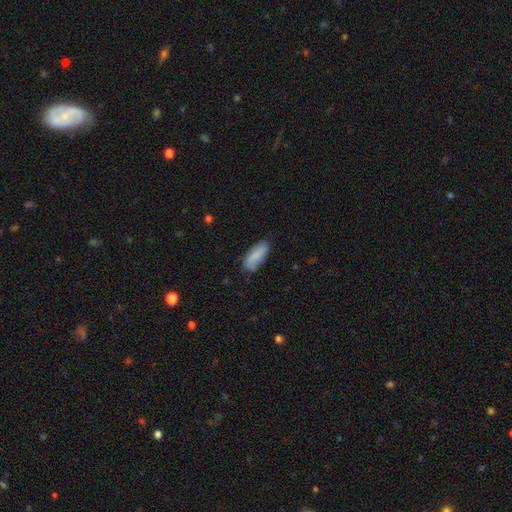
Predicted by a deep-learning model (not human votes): This is clearly a smooth galaxy (84%). How rounded: likely in between (75%). Merging: likely none (74%).